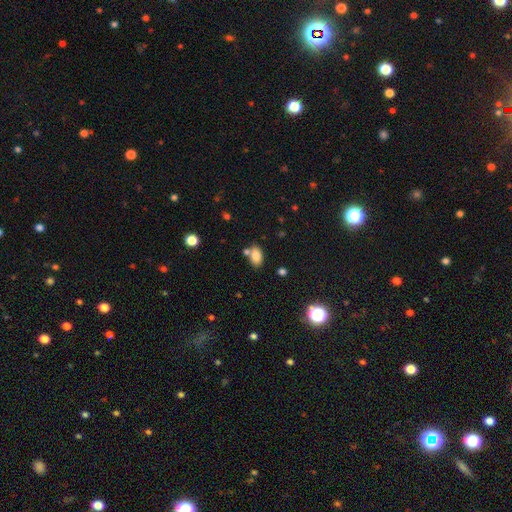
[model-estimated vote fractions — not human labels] smooth-or-featured: smooth: 83% | star or artifact: 10% | featured or disk: 7%
  how-rounded: in between: 88% | round: 10% | cigar-shaped: 2%
  merging: none: 62% | merger: 20% | minor disturbance: 14% | major disturbance: 4%